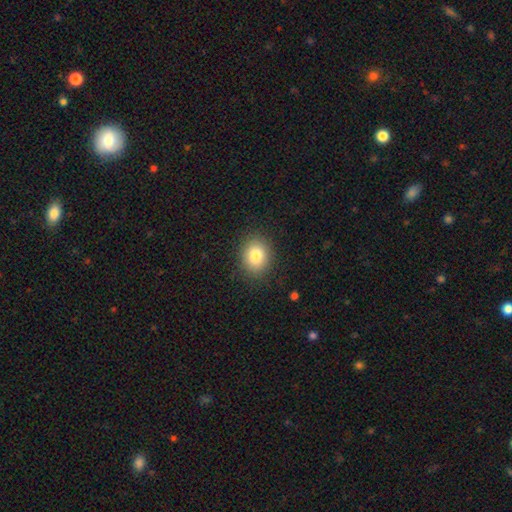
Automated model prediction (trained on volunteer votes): Smooth or featured: smooth — 81% (star or artifact — 10%)
How rounded: round — 56% (in between — 43%)
Merging: none — 87% (minor disturbance — 9%)